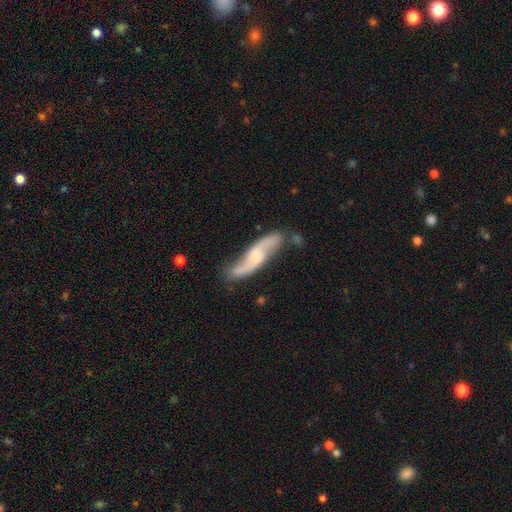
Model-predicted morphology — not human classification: type=featured or disk (78%); edge-on=no (84%); bar=no (50%); spiral arms=yes (95%); winding=loose (66%); arm count=2 (91%); bulge=moderate (42%); merging=none (69%).